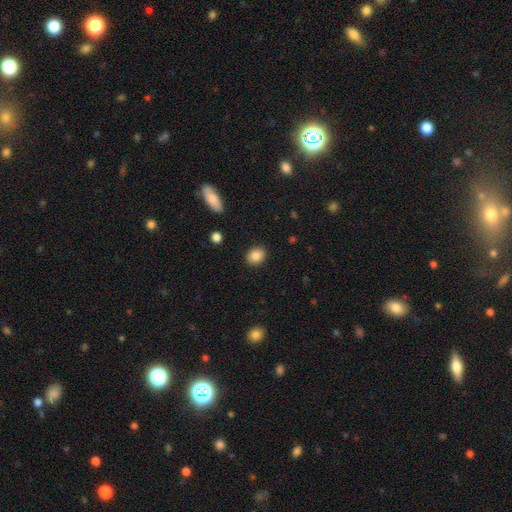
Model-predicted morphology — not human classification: Q: Smooth or featured?
A: smooth (87%); runner-up: star or artifact (9%)
Q: How rounded?
A: round (55%); runner-up: in between (44%)
Q: Merging?
A: none (89%); runner-up: minor disturbance (8%)